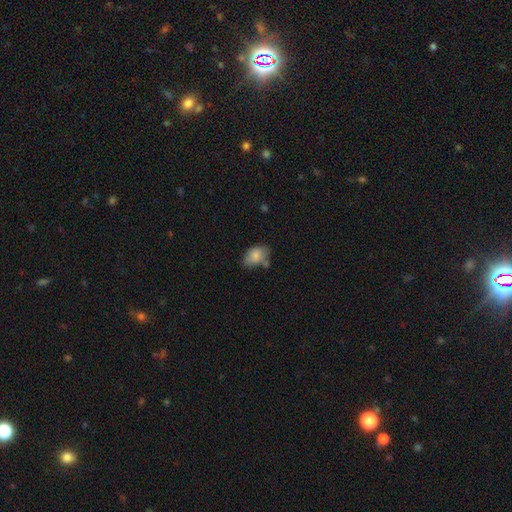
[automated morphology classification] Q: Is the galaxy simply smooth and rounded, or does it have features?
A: smooth — 82%.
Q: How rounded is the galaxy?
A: in between — 85%.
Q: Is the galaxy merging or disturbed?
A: none — 54%.